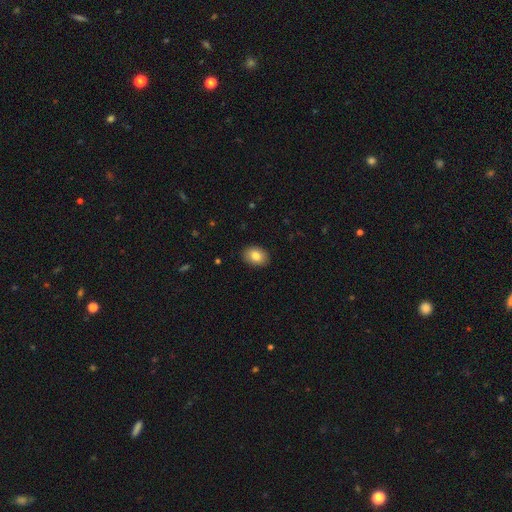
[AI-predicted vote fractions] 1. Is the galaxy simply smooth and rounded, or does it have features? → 83% smooth, 9% featured or disk, 8% star or artifact.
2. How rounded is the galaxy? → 72% in between, 27% round, 1% cigar-shaped.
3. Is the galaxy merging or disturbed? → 90% none, 8% minor disturbance, 2% major disturbance, 1% merger.